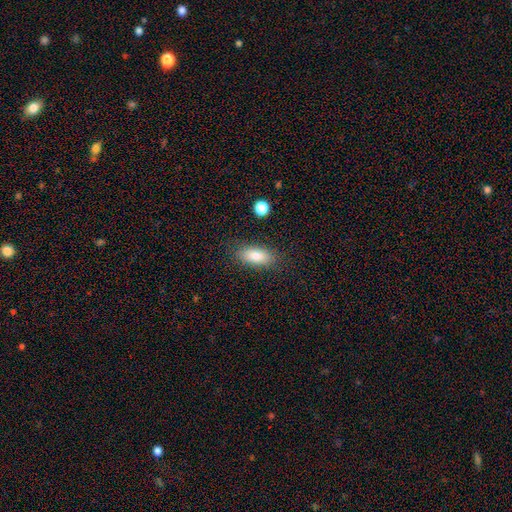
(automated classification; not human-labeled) A smooth galaxy with no disk features (82%) that is in between round and cigar-shaped (80%).

Vote fractions:
- Smooth or featured? smooth: 82% / featured or disk: 11% / star or artifact: 8%
- How rounded? in between: 80% / cigar-shaped: 16% / round: 3%
- Merging? none: 86% / minor disturbance: 10% / major disturbance: 3% / merger: 2%